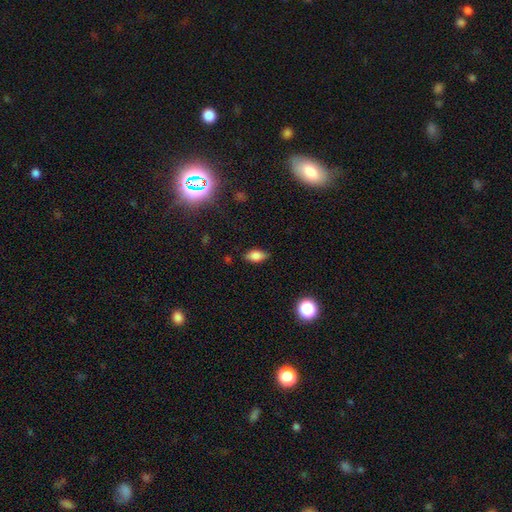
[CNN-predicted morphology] smooth-or-featured: smooth: 79% | featured or disk: 11% | star or artifact: 10%
  how-rounded: in between: 88% | cigar-shaped: 6% | round: 6%
  merging: none: 83% | minor disturbance: 13% | major disturbance: 3% | merger: 1%